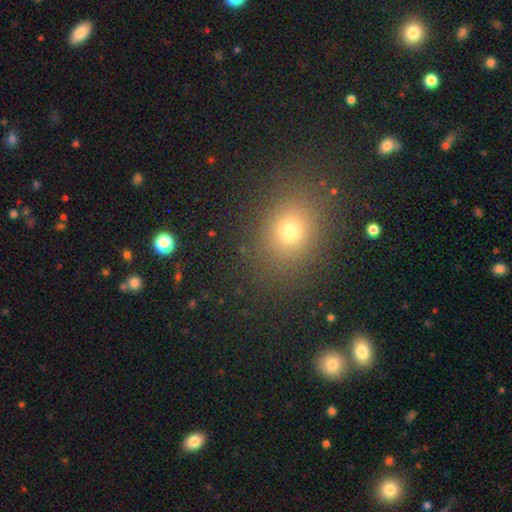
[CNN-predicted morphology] smooth 66%, star or artifact 25%, featured or disk 9%. Down the decision tree: how rounded — round (60%); merging — none (87%).